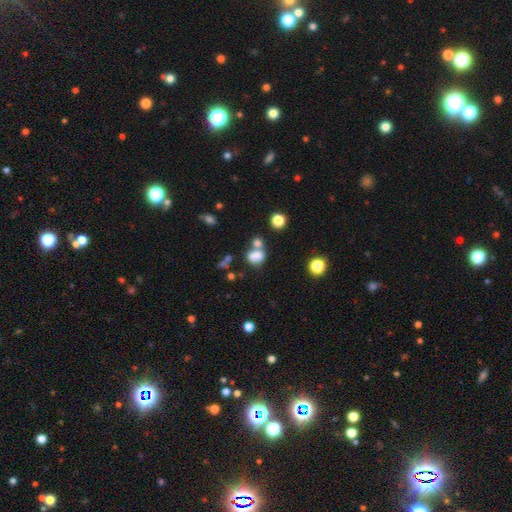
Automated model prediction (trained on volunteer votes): Smooth or featured?
  - smooth: 73% *
  - star or artifact: 14%
  - featured or disk: 14%
How rounded?
  - in between: 53% *
  - round: 46%
  - cigar-shaped: 1%
Merging?
  - merger: 46% *
  - none: 33%
  - minor disturbance: 12%
  - major disturbance: 8%